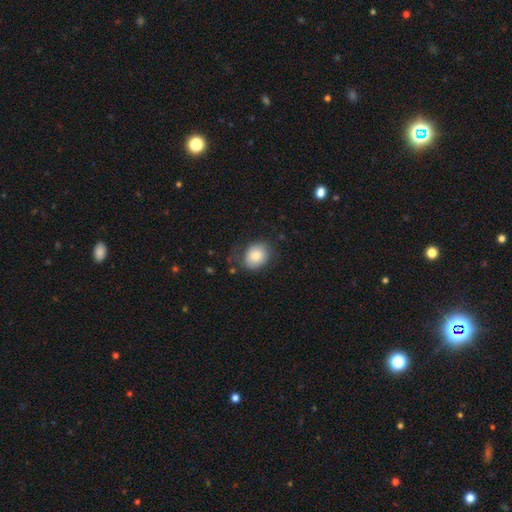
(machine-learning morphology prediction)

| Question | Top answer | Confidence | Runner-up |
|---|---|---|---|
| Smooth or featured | smooth | 79% | featured or disk (14%) |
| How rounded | round | 52% | in between (47%) |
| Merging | none | 67% | minor disturbance (22%) |